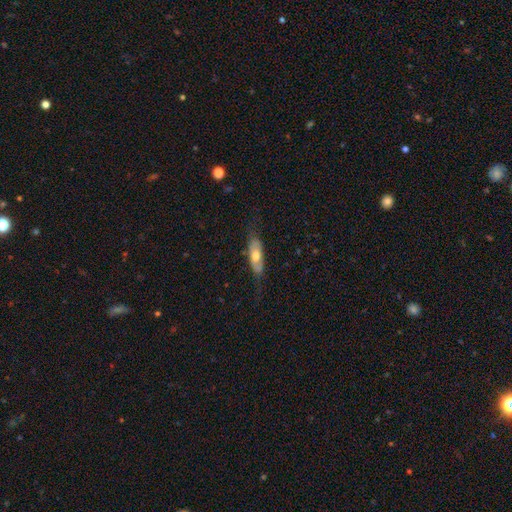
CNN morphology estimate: smooth_or_featured: smooth (p=0.51) [alt: featured or disk p=0.43]
how_rounded: in between (p=0.65) [alt: cigar-shaped p=0.33]
merging: none (p=0.68) [alt: minor disturbance p=0.22]